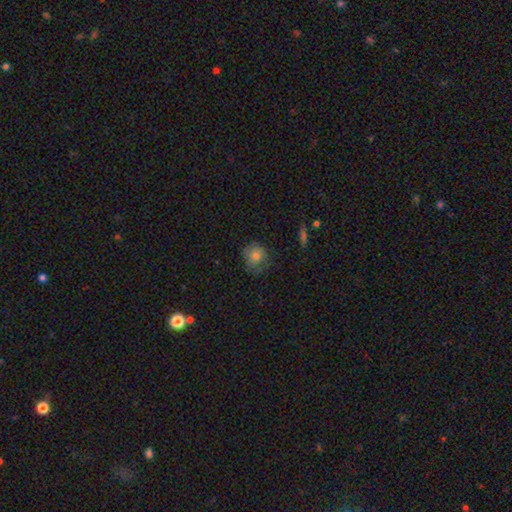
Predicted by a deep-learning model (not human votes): Morphology: type=smooth (75%); roundness=round (83%); merging=none (66%).